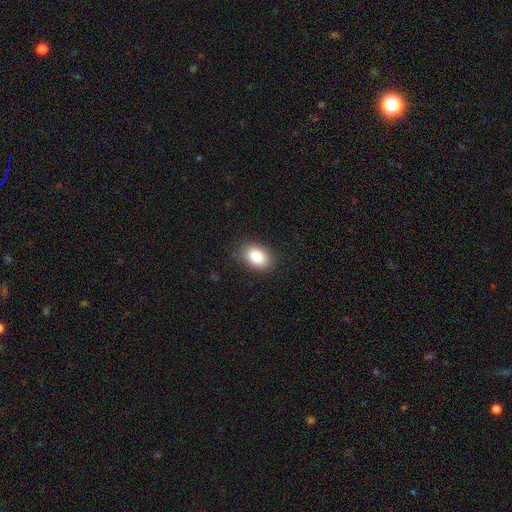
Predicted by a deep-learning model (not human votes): This appears to be a smooth galaxy with no disk features (86%) that is in between round and cigar-shaped (84%). Merging: none (84%).